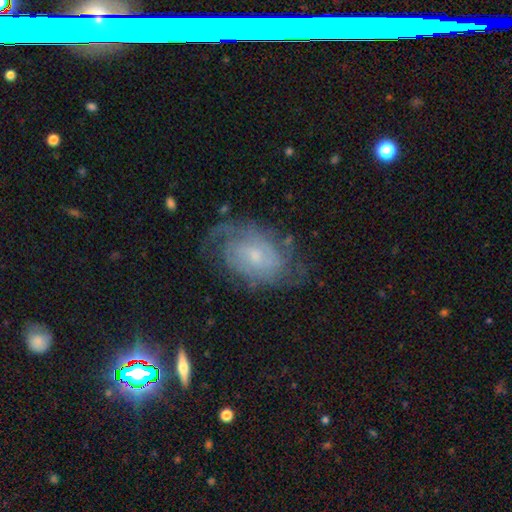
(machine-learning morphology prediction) type=featured or disk (79%); edge-on=no (96%); bar=no (63%); spiral arms=yes (92%); winding=tight (54%); arm count=can't tell (39%); bulge=small (71%); merging=none (65%).